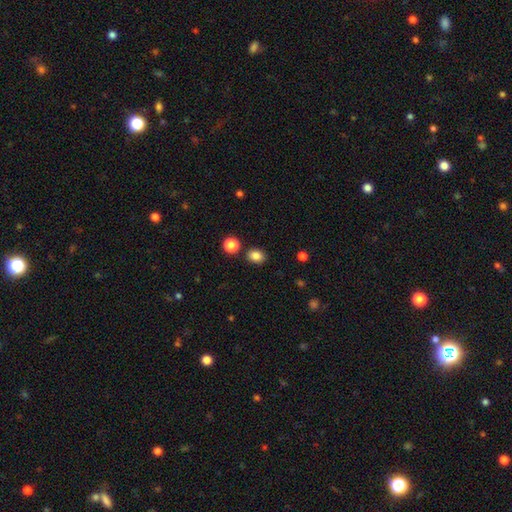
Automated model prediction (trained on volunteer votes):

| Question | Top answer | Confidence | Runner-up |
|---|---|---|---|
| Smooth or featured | smooth | 85% | star or artifact (11%) |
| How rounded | in between | 51% | round (48%) |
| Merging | none | 84% | minor disturbance (9%) |